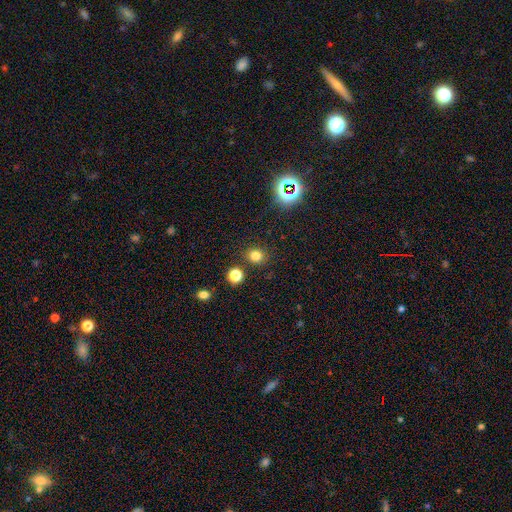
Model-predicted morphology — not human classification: Overall: smooth (76%). How rounded: round (81%). Merging: none (85%).